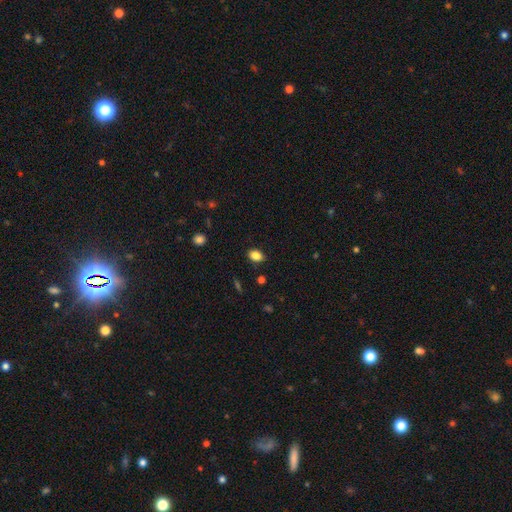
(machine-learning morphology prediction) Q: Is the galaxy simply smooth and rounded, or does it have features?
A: smooth — 85%.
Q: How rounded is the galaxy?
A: in between — 76%.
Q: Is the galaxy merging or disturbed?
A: none — 86%.